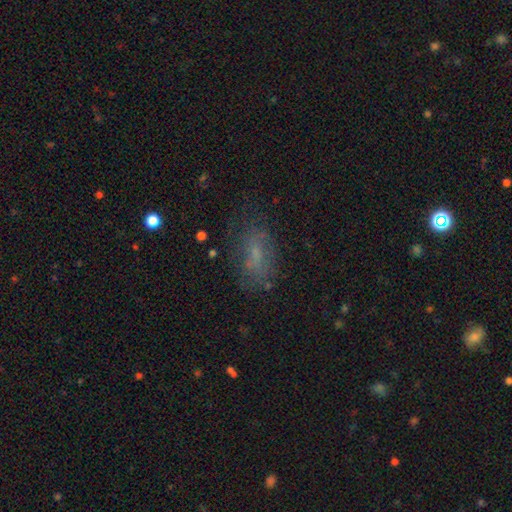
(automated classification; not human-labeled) Smooth or featured? Predicted: smooth (p=0.58). How rounded? Predicted: in between (p=0.85). Merging? Predicted: none (p=0.61).